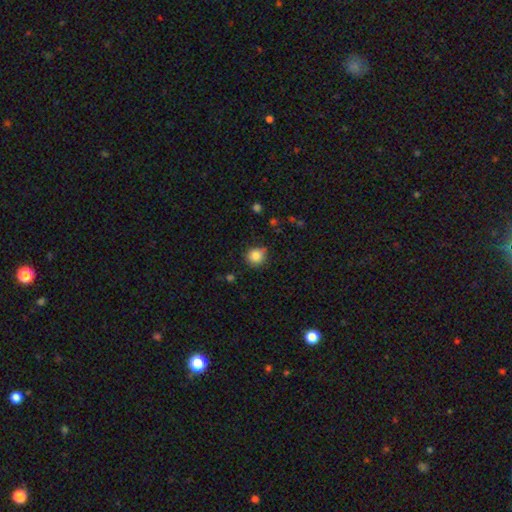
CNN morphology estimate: Q: Smooth or featured?
A: smooth (85%); runner-up: star or artifact (10%)
Q: How rounded?
A: round (88%); runner-up: in between (11%)
Q: Merging?
A: none (76%); runner-up: minor disturbance (18%)